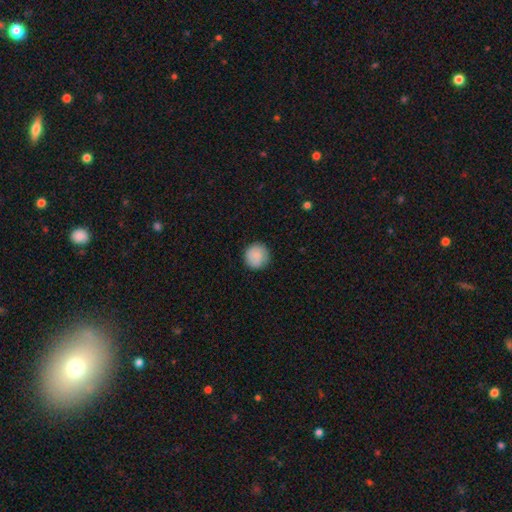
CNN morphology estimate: Q: Smooth or featured?
A: smooth (88%); runner-up: star or artifact (7%)
Q: How rounded?
A: round (94%); runner-up: in between (5%)
Q: Merging?
A: none (89%); runner-up: minor disturbance (8%)